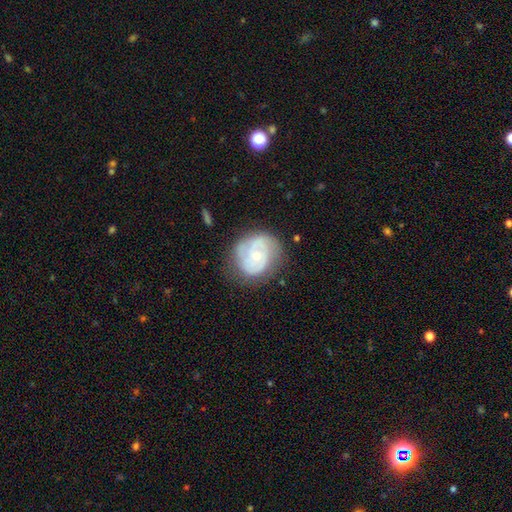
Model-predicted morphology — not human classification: smooth_or_featured: featured or disk (p=0.75) [alt: smooth p=0.20]
disk_edge_on: no (p=0.98) [alt: yes p=0.02]
bar: no (p=0.75) [alt: weak p=0.22]
has_spiral_arms: yes (p=0.87) [alt: no p=0.13]
spiral_winding: tight (p=0.55) [alt: medium p=0.34]
spiral_arm_count: 2 (p=0.45) [alt: can't tell p=0.27]
bulge_size: small (p=0.61) [alt: moderate p=0.35]
merging: none (p=0.68) [alt: minor disturbance p=0.21]